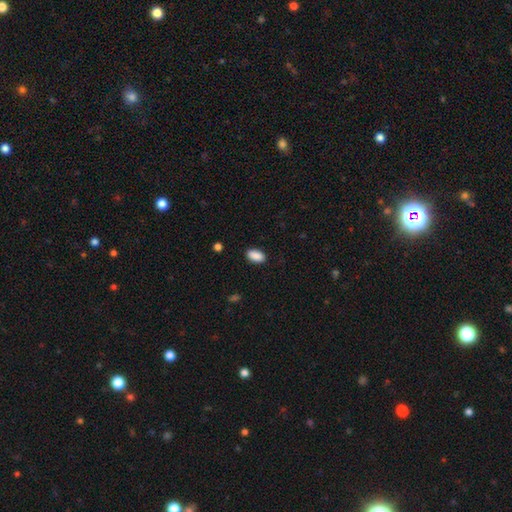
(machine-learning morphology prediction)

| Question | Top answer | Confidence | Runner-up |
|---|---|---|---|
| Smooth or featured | smooth | 90% | star or artifact (7%) |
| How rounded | in between | 93% | round (4%) |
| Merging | none | 88% | minor disturbance (9%) |